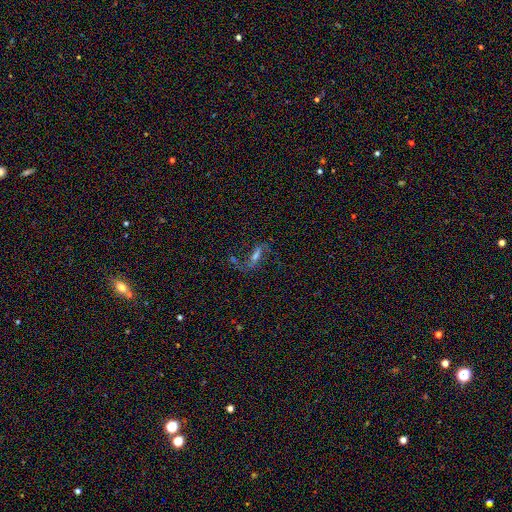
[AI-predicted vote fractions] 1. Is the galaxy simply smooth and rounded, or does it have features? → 61% featured or disk, 21% smooth, 18% star or artifact.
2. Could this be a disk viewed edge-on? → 77% no, 23% yes.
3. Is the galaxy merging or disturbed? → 54% none, 20% major disturbance, 16% minor disturbance, 10% merger.